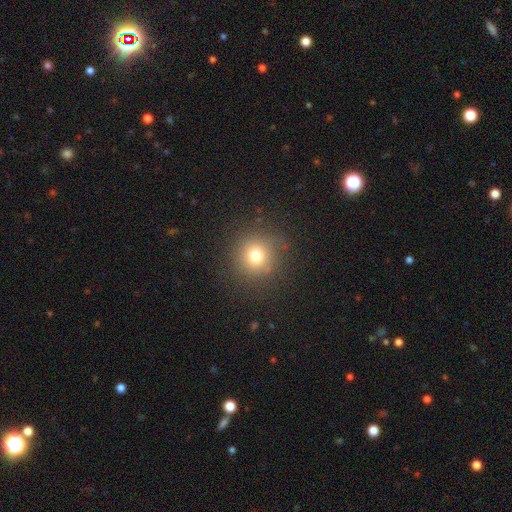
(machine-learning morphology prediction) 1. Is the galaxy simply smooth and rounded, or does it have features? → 74% smooth, 16% star or artifact, 9% featured or disk.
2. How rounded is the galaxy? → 92% round, 7% in between, 1% cigar-shaped.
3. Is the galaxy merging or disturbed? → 86% none, 9% minor disturbance, 4% major disturbance, 1% merger.